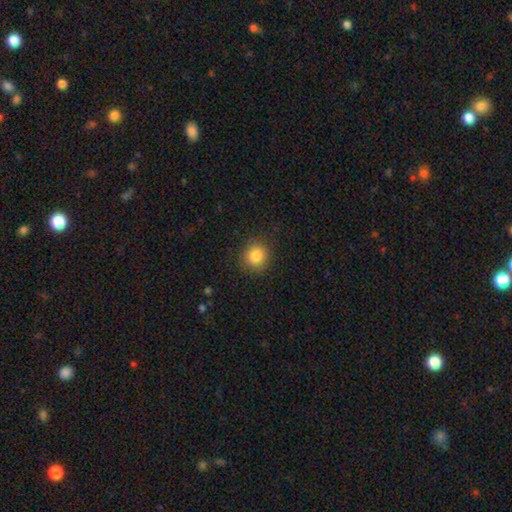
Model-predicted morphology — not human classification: Smooth or featured? Predicted: smooth (p=0.84). How rounded? Predicted: round (p=0.90). Merging? Predicted: none (p=0.88).